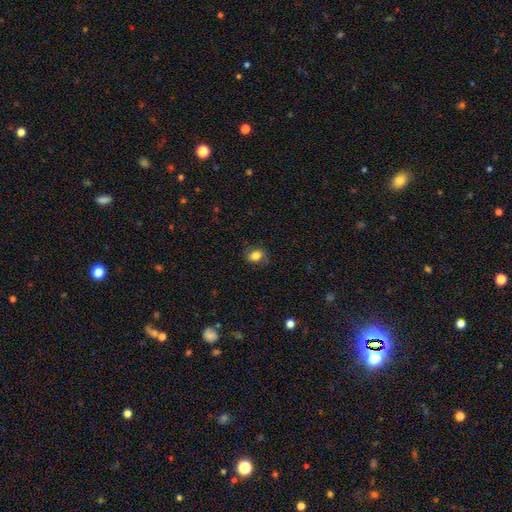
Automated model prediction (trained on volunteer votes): smooth-or-featured: smooth: 79% | star or artifact: 10% | featured or disk: 10%
  how-rounded: round: 52% | in between: 47% | cigar-shaped: 1%
  merging: none: 77% | minor disturbance: 17% | major disturbance: 5% | merger: 1%